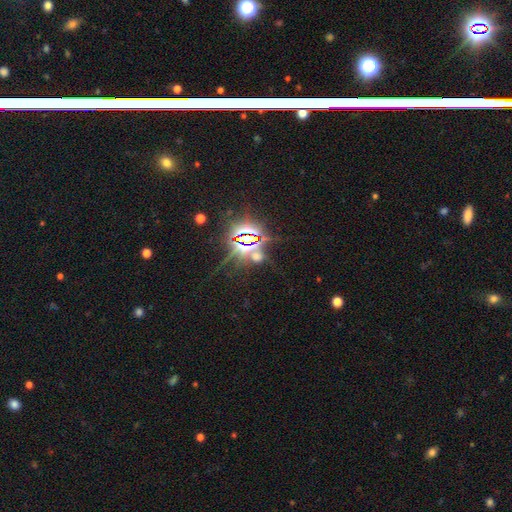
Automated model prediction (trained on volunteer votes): Overall: star or artifact (76%).